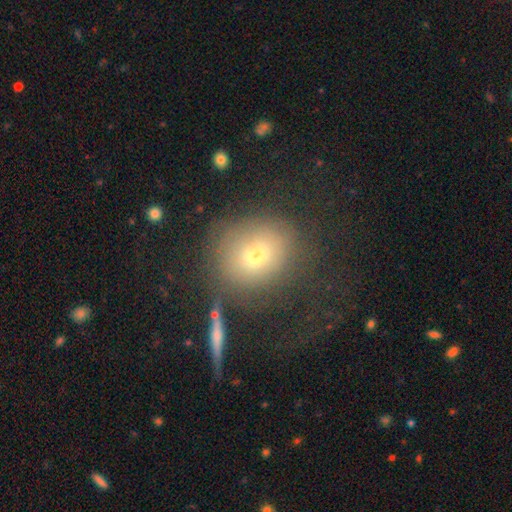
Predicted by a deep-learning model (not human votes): smooth 63%, featured or disk 22%, star or artifact 15%. Down the decision tree: how rounded — round (72%); merging — none (50%).